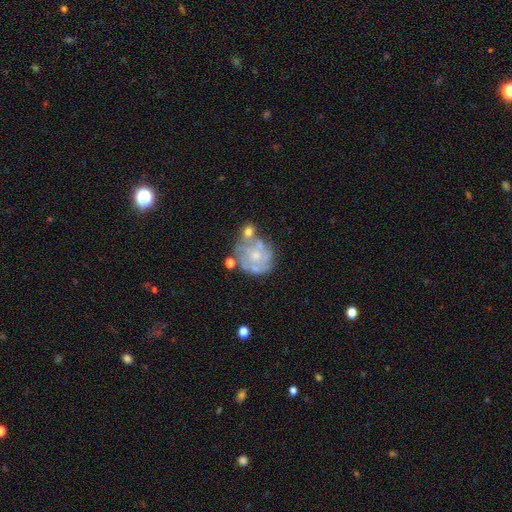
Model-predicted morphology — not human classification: This appears to be a featured or disk galaxy (72%) with no bar (82%), spiral arms (68%) and a small central bulge (53%). Merging: none (55%).